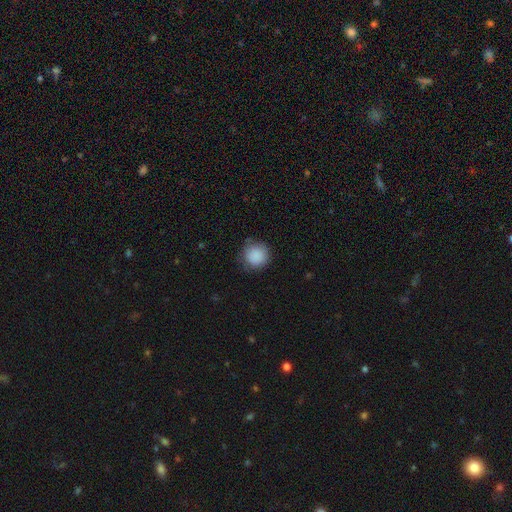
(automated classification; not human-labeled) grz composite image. It shows a smooth galaxy with no disk features (88%) that is round (93%). Merging: none (79%).